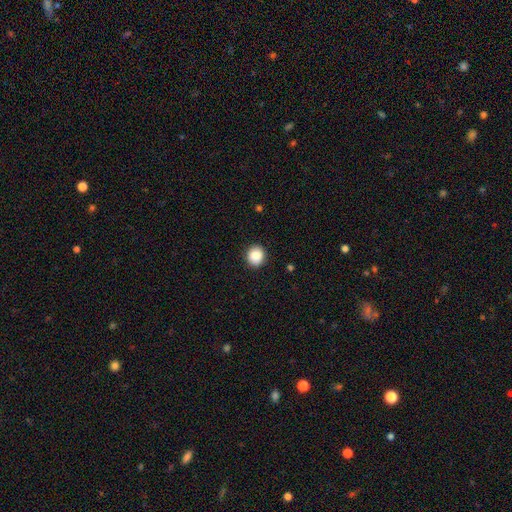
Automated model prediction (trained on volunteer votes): smooth-or-featured: smooth: 88% | star or artifact: 9% | featured or disk: 4%
  how-rounded: round: 87% | in between: 12% | cigar-shaped: 1%
  merging: none: 91% | minor disturbance: 6% | major disturbance: 2% | merger: 1%